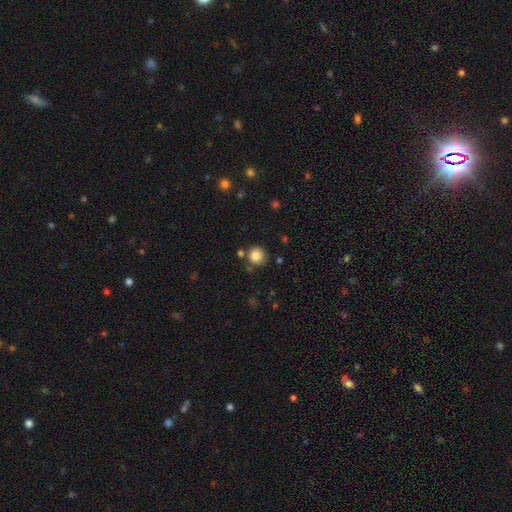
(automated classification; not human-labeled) Q: Smooth or featured?
A: smooth (85%); runner-up: star or artifact (10%)
Q: How rounded?
A: round (89%); runner-up: in between (10%)
Q: Merging?
A: none (78%); runner-up: minor disturbance (12%)